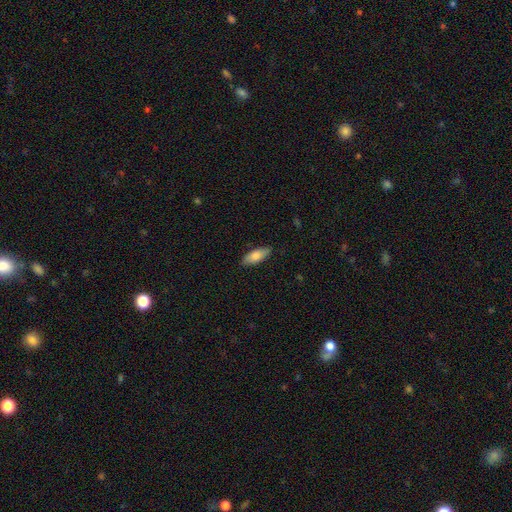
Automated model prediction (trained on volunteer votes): smooth 79%, featured or disk 16%, star or artifact 6%. Down the decision tree: how rounded — in between (72%); merging — none (86%).